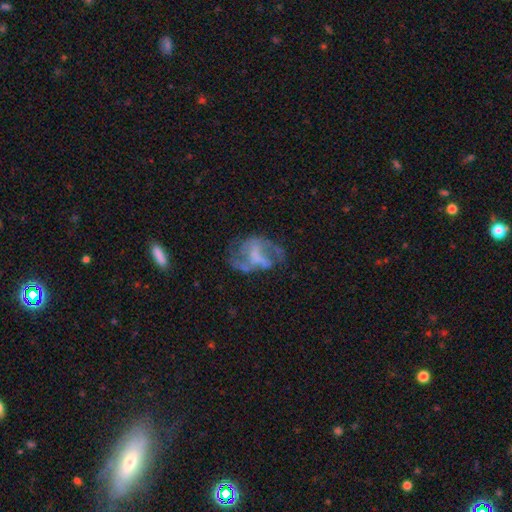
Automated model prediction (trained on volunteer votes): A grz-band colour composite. It shows a featured or disk galaxy (67%) with no bar (45%), spiral arms (59%) and no central bulge (59%). Merging: none (42%).